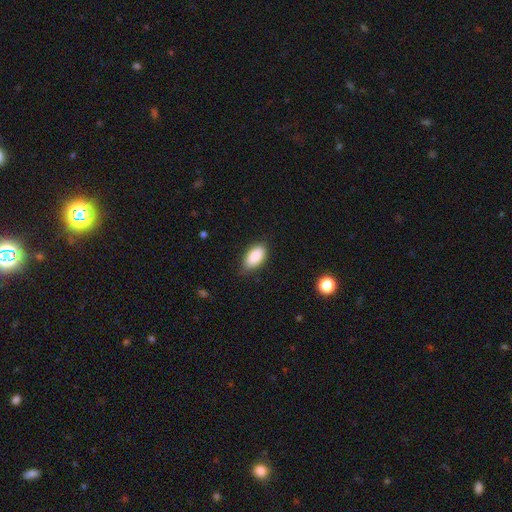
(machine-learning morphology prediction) A smooth galaxy with no disk features (88%) that is in between round and cigar-shaped (94%). Merging: none (81%).